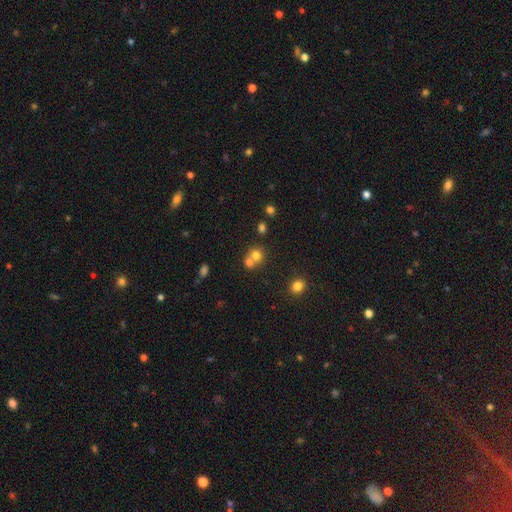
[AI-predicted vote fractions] smooth 72%, star or artifact 14%, featured or disk 13%. Down the decision tree: how rounded — round (82%); merging — merger (51%).